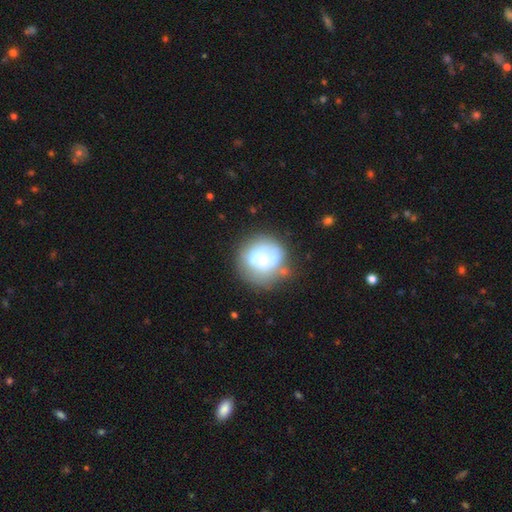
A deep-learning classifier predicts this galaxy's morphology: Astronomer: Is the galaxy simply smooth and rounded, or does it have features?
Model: smooth — 49% (runner-up: featured or disk, 43%).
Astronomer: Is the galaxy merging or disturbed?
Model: none — 53%.